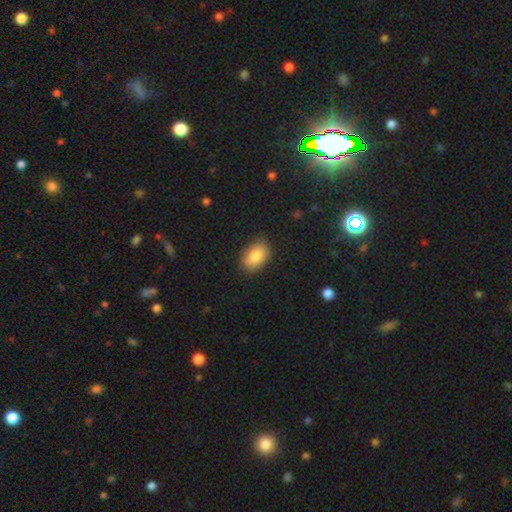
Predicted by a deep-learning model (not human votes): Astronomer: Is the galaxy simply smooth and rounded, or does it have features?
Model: smooth — 85%.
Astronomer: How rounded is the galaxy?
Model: in between — 88%.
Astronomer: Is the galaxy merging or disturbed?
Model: none — 85%.